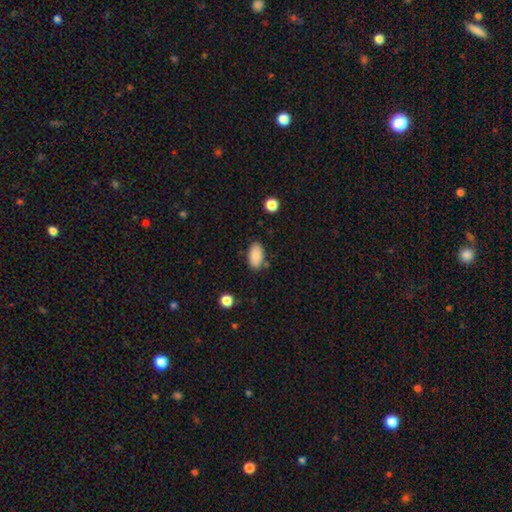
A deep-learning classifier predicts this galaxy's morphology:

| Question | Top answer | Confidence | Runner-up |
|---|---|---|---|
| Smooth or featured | smooth | 88% | star or artifact (7%) |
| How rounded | in between | 94% | round (4%) |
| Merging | none | 80% | minor disturbance (13%) |